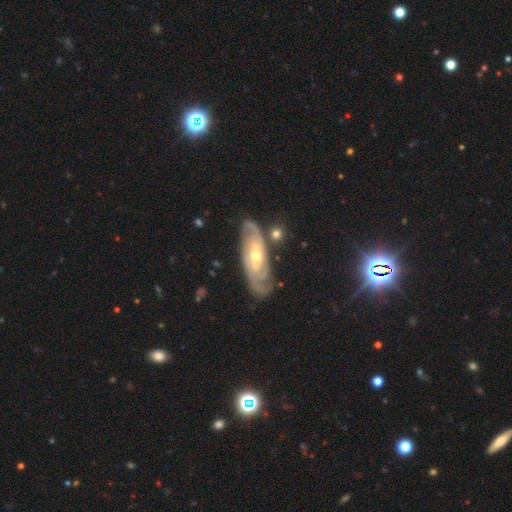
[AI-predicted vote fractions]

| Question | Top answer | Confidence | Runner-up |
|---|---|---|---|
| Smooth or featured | featured or disk | 87% | smooth (7%) |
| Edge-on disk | no | 91% | yes (9%) |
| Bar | no | 71% | weak (22%) |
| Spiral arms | yes | 96% | no (4%) |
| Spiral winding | tight | 71% | medium (24%) |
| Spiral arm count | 2 | 58% | can't tell (21%) |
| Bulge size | moderate | 50% | small (46%) |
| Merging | none | 79% | minor disturbance (14%) |